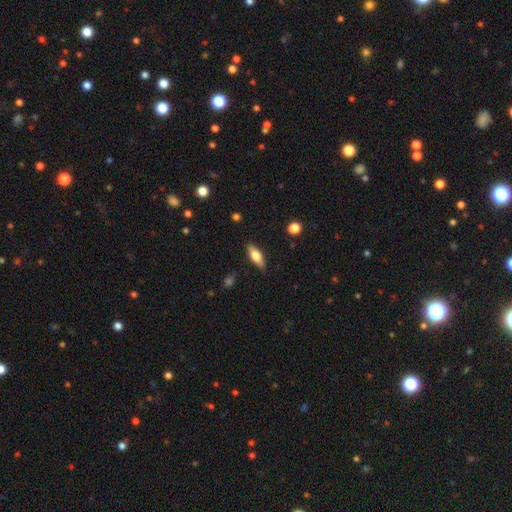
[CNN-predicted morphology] Smooth or featured? smooth (67%)
How rounded? in between (72%)
Merging? none (86%)